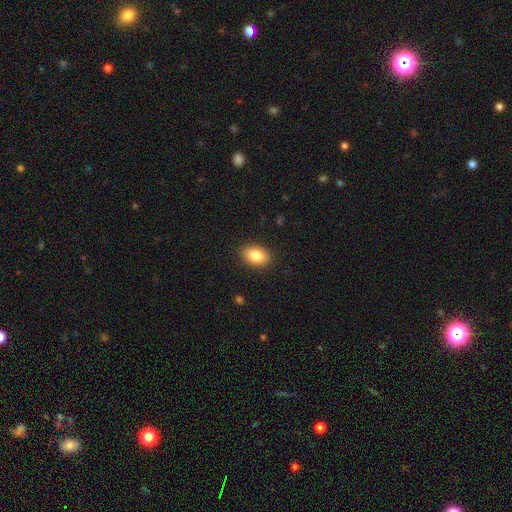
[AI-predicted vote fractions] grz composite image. It shows a smooth galaxy with no disk features (85%) that is in between round and cigar-shaped (87%). Merging: none (88%).